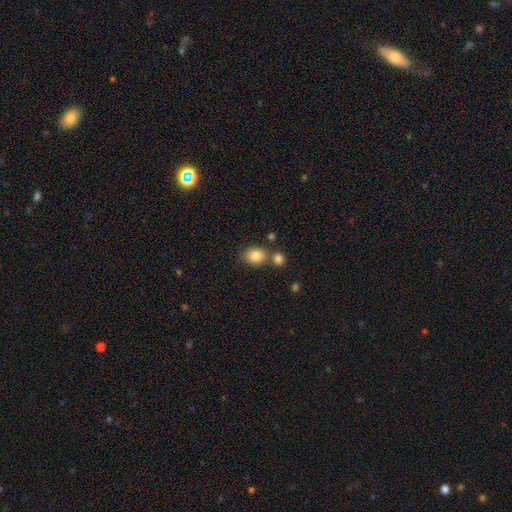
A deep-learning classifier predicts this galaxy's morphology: The model was most divided on "how rounded": round: 55%, in between: 44%, cigar-shaped: 1%. More confident: smooth or featured — smooth (83%); merging — none (61%).